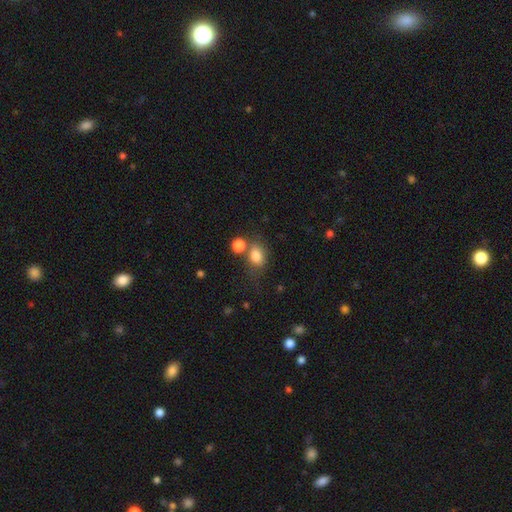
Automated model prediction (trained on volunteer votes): Smooth or featured? smooth (81%)
How rounded? in between (60%)
Merging? none (54%)